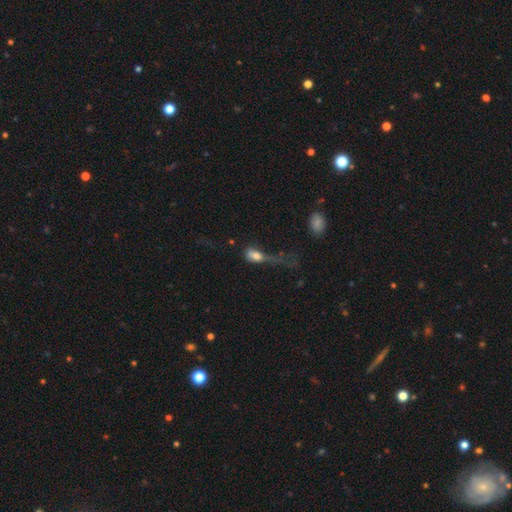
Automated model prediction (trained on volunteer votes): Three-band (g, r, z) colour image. It shows a smooth galaxy with no disk features (68%) that is in between round and cigar-shaped (71%). Merging: major disturbance (60%).